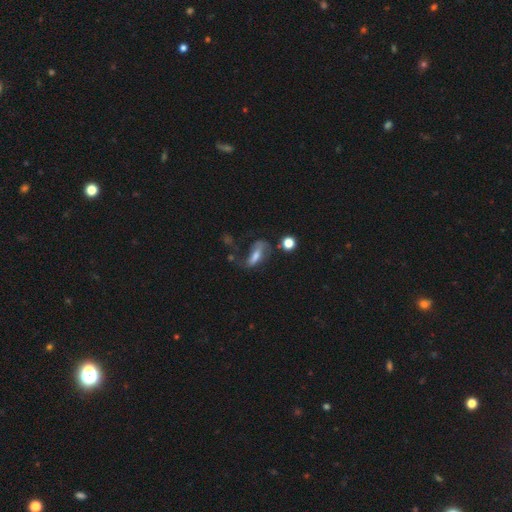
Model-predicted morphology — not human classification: Smooth or featured? Predicted: featured or disk (p=0.48). Merging? Predicted: none (p=0.39).